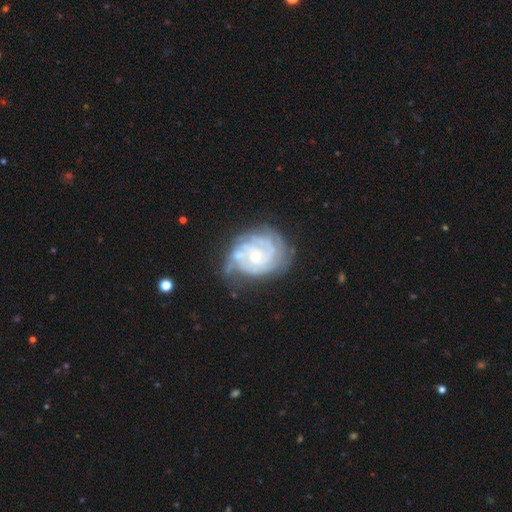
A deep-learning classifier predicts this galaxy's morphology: smooth_or_featured: featured or disk (p=0.85) [alt: smooth p=0.09]
disk_edge_on: no (p=0.98) [alt: yes p=0.02]
bar: no (p=0.73) [alt: weak p=0.22]
has_spiral_arms: yes (p=0.95) [alt: no p=0.05]
spiral_winding: tight (p=0.71) [alt: medium p=0.24]
spiral_arm_count: can't tell (p=0.31) [alt: 3 p=0.24]
bulge_size: small (p=0.70) [alt: moderate p=0.26]
merging: none (p=0.58) [alt: minor disturbance p=0.25]